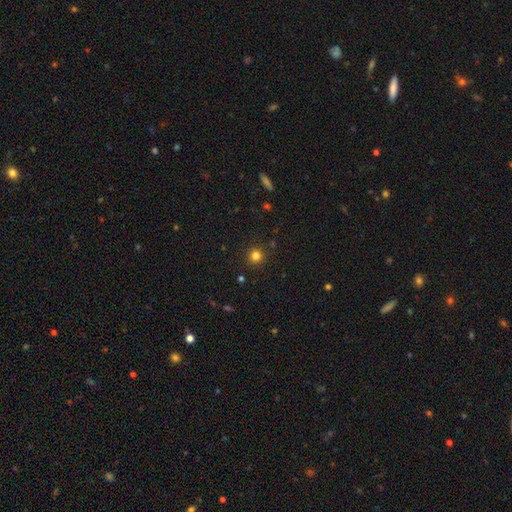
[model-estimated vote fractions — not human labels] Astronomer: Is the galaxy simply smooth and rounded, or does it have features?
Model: smooth — 81%.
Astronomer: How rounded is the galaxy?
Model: round — 95%.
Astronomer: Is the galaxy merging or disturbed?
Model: none — 90%.